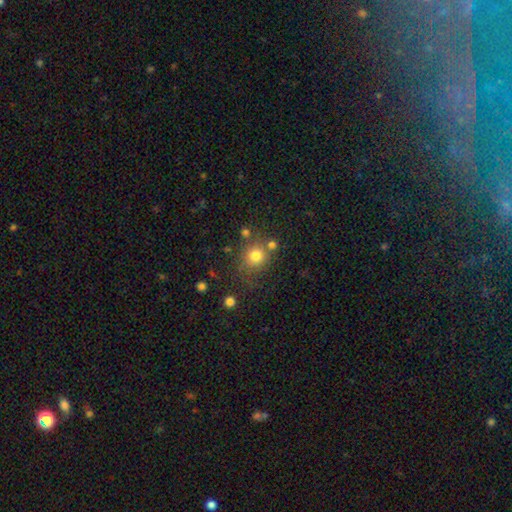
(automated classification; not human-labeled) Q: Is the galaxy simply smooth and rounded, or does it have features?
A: smooth — 77%.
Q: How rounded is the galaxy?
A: round — 88%.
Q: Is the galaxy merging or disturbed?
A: none — 69%.